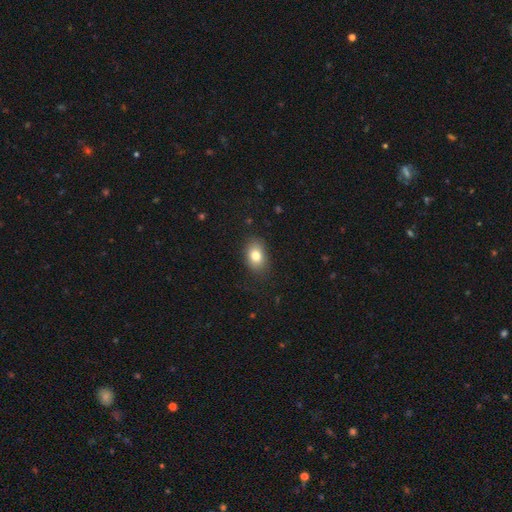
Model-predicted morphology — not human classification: Smooth or featured? smooth (80%)
How rounded? in between (77%)
Merging? none (83%)